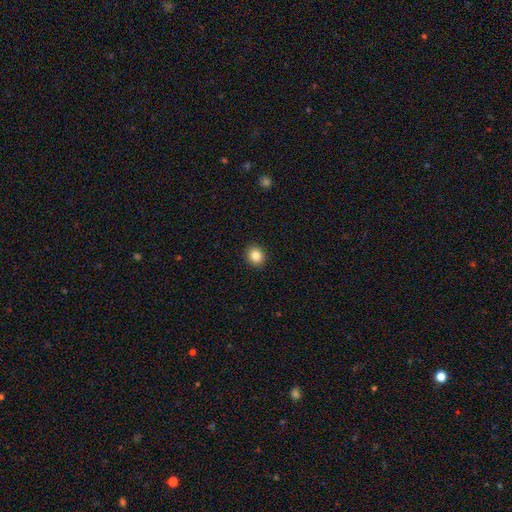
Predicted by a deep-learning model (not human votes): smooth 85%, star or artifact 10%, featured or disk 5%. Down the decision tree: how rounded — round (76%); merging — none (92%).